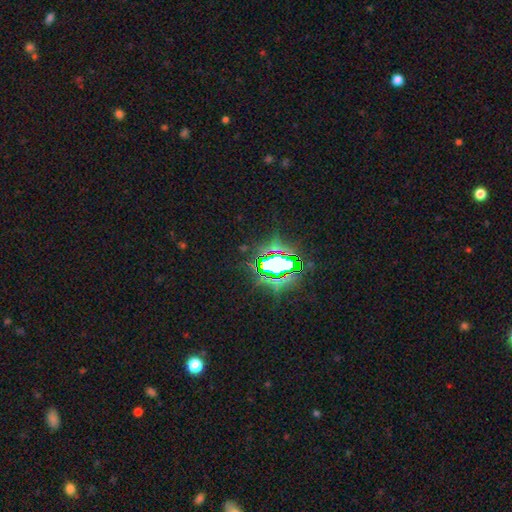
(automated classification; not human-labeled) smooth_or_featured: star or artifact (p=0.84) [alt: smooth p=0.10]